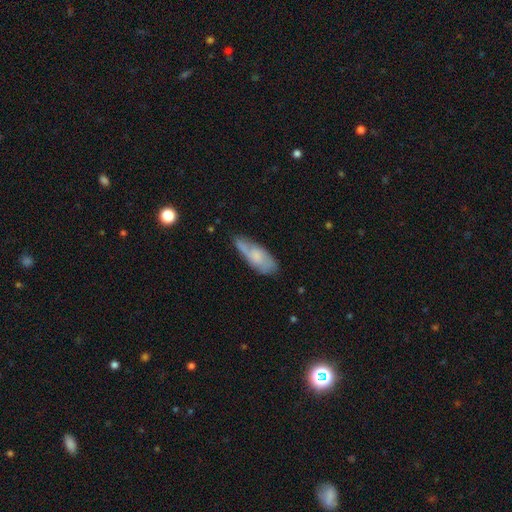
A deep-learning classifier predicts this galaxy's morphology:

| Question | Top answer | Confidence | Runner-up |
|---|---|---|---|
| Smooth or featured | smooth | 54% | featured or disk (39%) |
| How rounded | in between | 69% | cigar-shaped (28%) |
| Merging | none | 57% | minor disturbance (30%) |